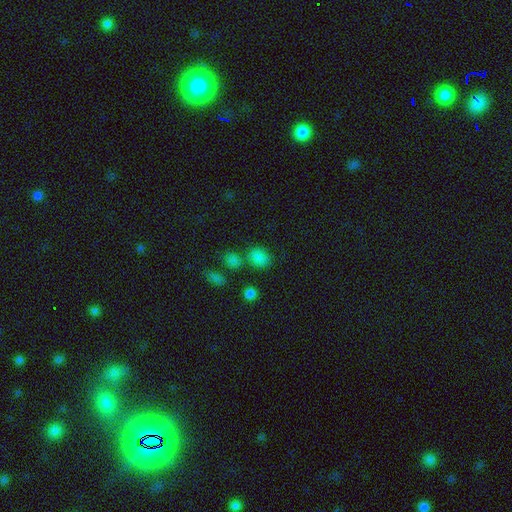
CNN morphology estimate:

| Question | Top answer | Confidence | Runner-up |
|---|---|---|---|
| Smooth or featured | smooth | 79% | star or artifact (15%) |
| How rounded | round | 57% | in between (42%) |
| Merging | none | 67% | merger (15%) |